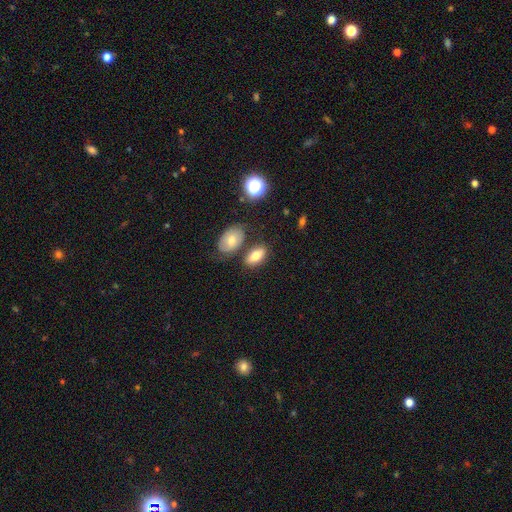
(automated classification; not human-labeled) Smooth or featured?
  - smooth: 72% *
  - featured or disk: 18%
  - star or artifact: 10%
How rounded?
  - in between: 89% *
  - round: 7%
  - cigar-shaped: 4%
Merging?
  - none: 69% *
  - merger: 14%
  - minor disturbance: 13%
  - major disturbance: 4%